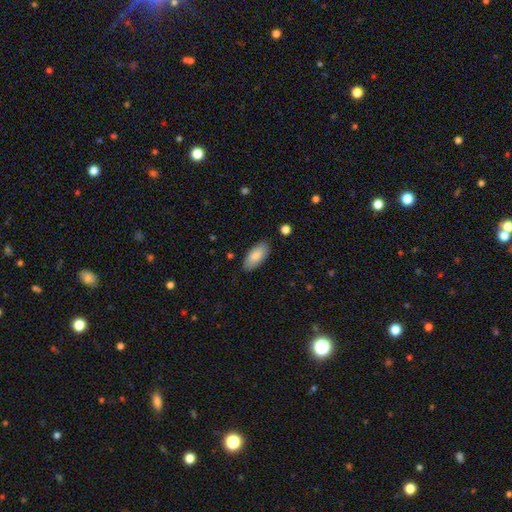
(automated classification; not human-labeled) A smooth galaxy with no disk features (85%) that is in between round and cigar-shaped (91%).

Vote fractions:
- Smooth or featured? smooth: 85% / featured or disk: 9% / star or artifact: 6%
- How rounded? in between: 91% / cigar-shaped: 8% / round: 2%
- Merging? none: 85% / minor disturbance: 11% / major disturbance: 2% / merger: 1%